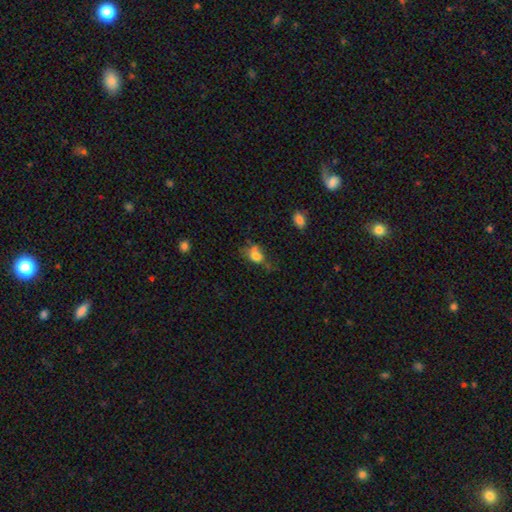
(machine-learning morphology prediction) smooth_or_featured: smooth (p=0.70) [alt: featured or disk p=0.18]
how_rounded: in between (p=0.69) [alt: round p=0.29]
merging: major disturbance (p=0.30) [alt: none p=0.29]